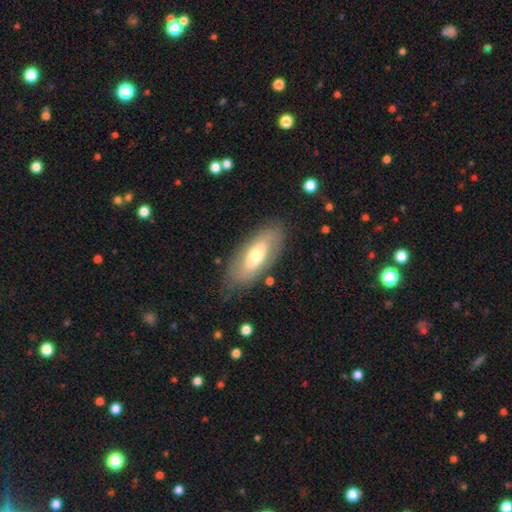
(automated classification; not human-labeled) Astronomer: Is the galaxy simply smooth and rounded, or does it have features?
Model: featured or disk — 49% (runner-up: smooth, 45%).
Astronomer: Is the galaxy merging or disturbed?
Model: none — 78%.